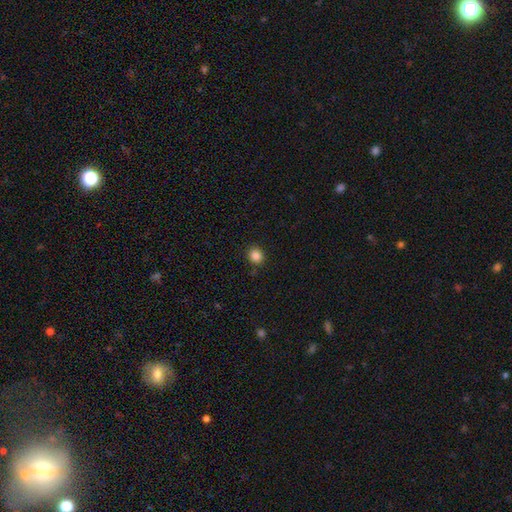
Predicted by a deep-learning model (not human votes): Q: Smooth or featured?
A: smooth (85%); runner-up: star or artifact (11%)
Q: How rounded?
A: round (78%); runner-up: in between (21%)
Q: Merging?
A: none (88%); runner-up: minor disturbance (8%)